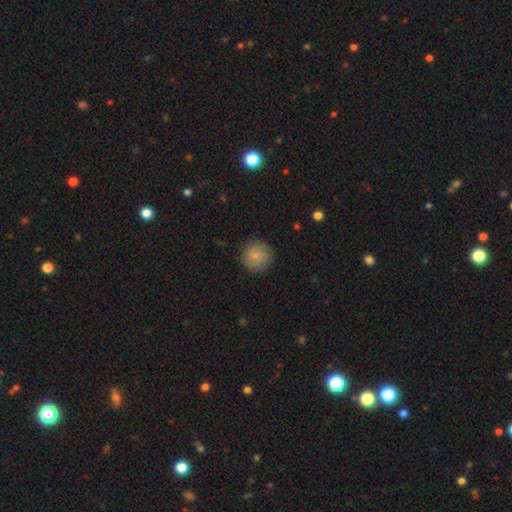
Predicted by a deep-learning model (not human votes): smooth 82%, featured or disk 10%, star or artifact 7%. Down the decision tree: how rounded — round (94%); merging — none (87%).